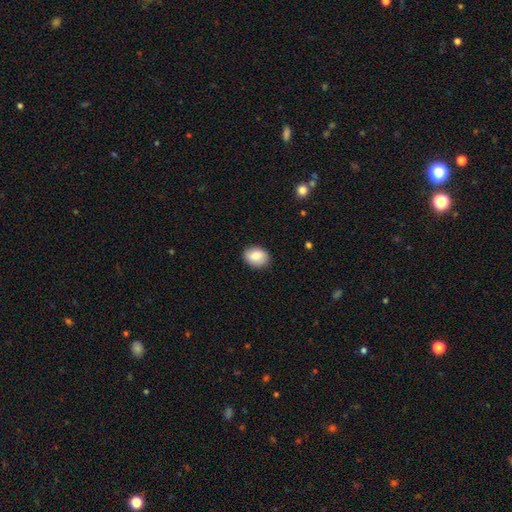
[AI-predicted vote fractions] smooth 82%, featured or disk 10%, star or artifact 7%. Down the decision tree: how rounded — in between (62%); merging — none (88%).